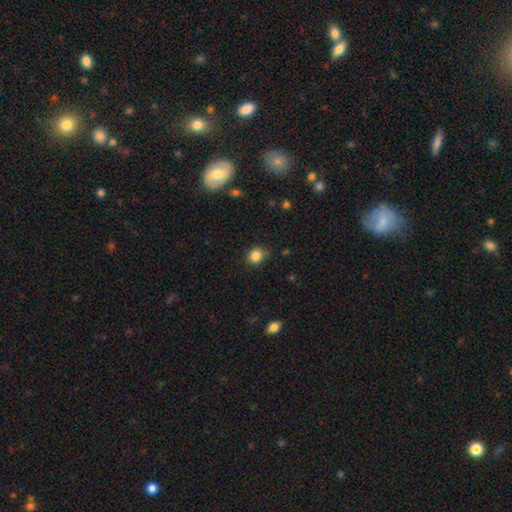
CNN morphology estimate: A smooth galaxy with no disk features (84%) that is round (72%).

Vote fractions:
- Smooth or featured? smooth: 84% / star or artifact: 11% / featured or disk: 5%
- How rounded? round: 72% / in between: 27% / cigar-shaped: 1%
- Merging? none: 75% / minor disturbance: 20% / major disturbance: 4% / merger: 2%